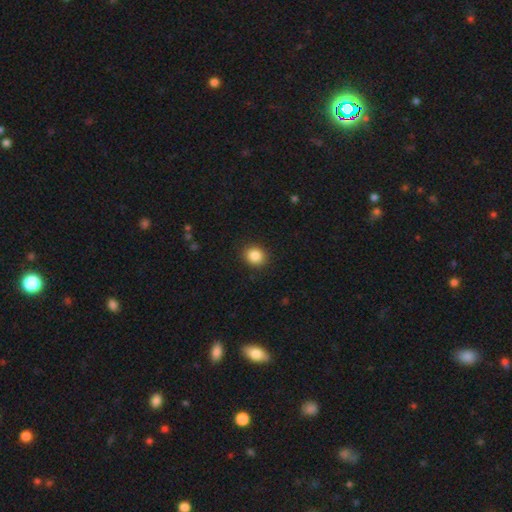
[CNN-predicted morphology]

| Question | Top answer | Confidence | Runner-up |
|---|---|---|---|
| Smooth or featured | smooth | 87% | star or artifact (9%) |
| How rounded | round | 70% | in between (29%) |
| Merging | none | 90% | minor disturbance (7%) |